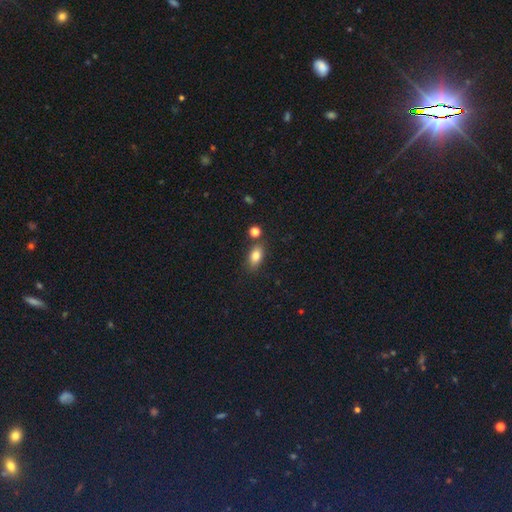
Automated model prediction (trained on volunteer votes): A smooth galaxy with no disk features (82%) that is in between round and cigar-shaped (84%). Merging: none (75%).